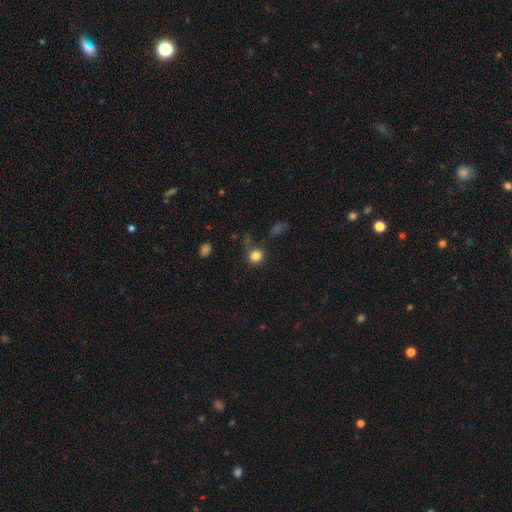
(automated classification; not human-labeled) Q: Smooth or featured?
A: smooth (82%); runner-up: star or artifact (12%)
Q: How rounded?
A: round (85%); runner-up: in between (14%)
Q: Merging?
A: none (71%); runner-up: minor disturbance (16%)